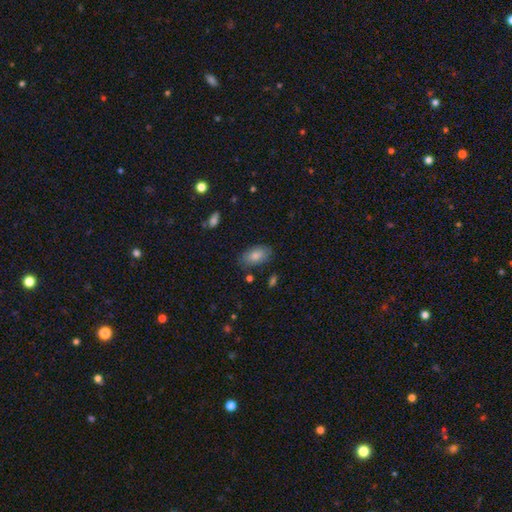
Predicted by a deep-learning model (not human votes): Smooth or featured? smooth (79%)
How rounded? in between (93%)
Merging? none (80%)